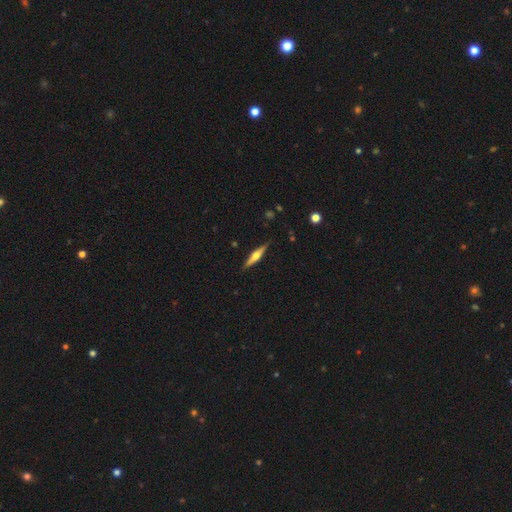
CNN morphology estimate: A featured or disk galaxy (65%) viewed edge-on (97%) with a rounded central bulge (90%).

Vote fractions:
- Smooth or featured? featured or disk: 65% / smooth: 29% / star or artifact: 6%
- Edge-on disk? yes: 97% / no: 3%
- Edge-on bulge? rounded: 90% / boxy: 6% / none: 4%
- Merging? none: 88% / minor disturbance: 9% / major disturbance: 2% / merger: 1%